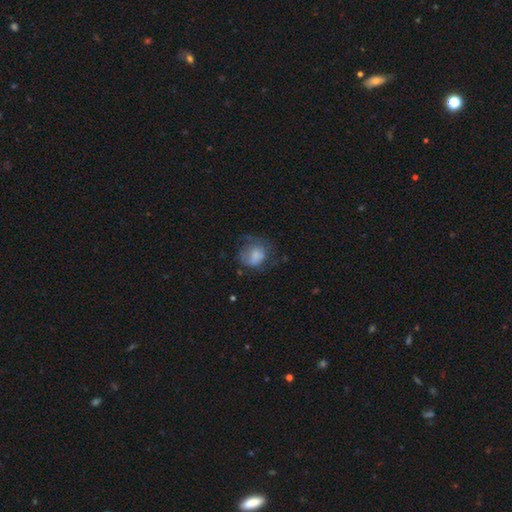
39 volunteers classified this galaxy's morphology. Volunteers were most divided on "merging": major disturbance: 39%, none: 32%, minor disturbance: 29%, merger: 0%. More confident: how rounded — round (74%); smooth or featured — smooth (59%).